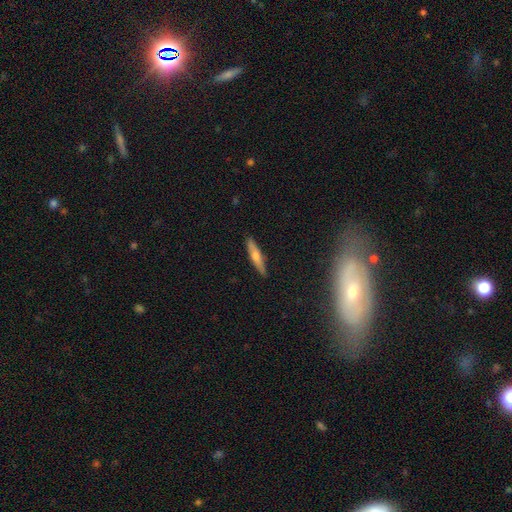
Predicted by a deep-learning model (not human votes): Smooth or featured?
  - smooth: 57% *
  - featured or disk: 36%
  - star or artifact: 6%
How rounded?
  - cigar-shaped: 86% *
  - in between: 12%
  - round: 2%
Merging?
  - none: 88% *
  - minor disturbance: 9%
  - major disturbance: 2%
  - merger: 1%